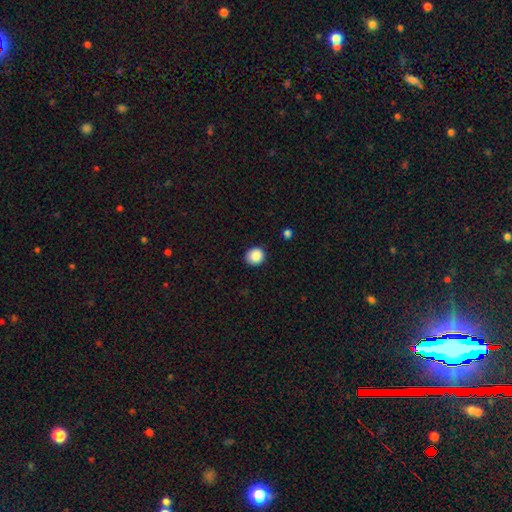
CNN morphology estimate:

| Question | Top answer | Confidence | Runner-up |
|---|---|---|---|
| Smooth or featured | smooth | 89% | star or artifact (9%) |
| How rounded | round | 87% | in between (12%) |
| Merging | none | 89% | minor disturbance (7%) |